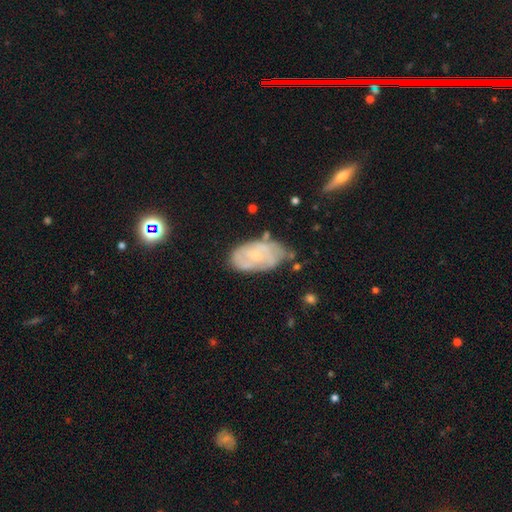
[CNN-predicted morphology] The model was most divided on "merging": none: 58%, minor disturbance: 30%, major disturbance: 8%, merger: 4%. More confident: edge-on disk — no (95%); spiral arms — yes (77%); bulge size — small (72%); bar — no (71%); smooth or featured — featured or disk (62%).